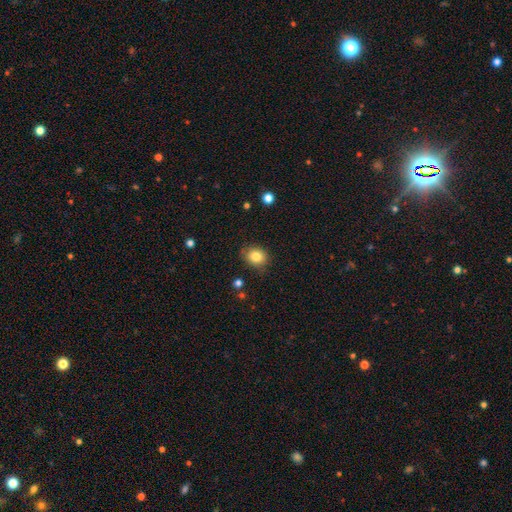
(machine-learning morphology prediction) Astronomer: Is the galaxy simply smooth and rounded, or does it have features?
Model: smooth — 83%.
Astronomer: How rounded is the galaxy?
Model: round — 63%.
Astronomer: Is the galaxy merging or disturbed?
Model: none — 81%.